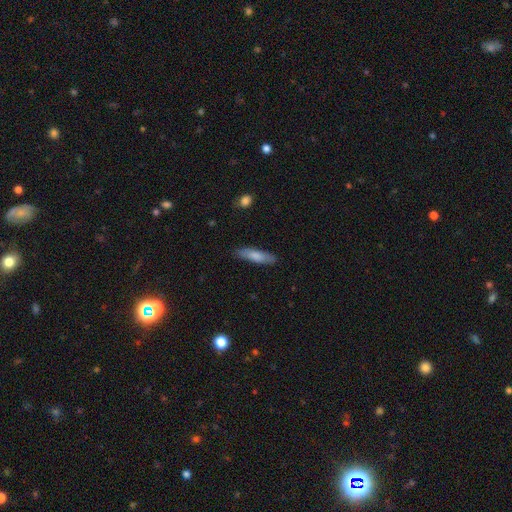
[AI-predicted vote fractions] Q: Smooth or featured?
A: smooth (78%); runner-up: featured or disk (16%)
Q: How rounded?
A: cigar-shaped (74%); runner-up: in between (25%)
Q: Merging?
A: none (86%); runner-up: minor disturbance (11%)